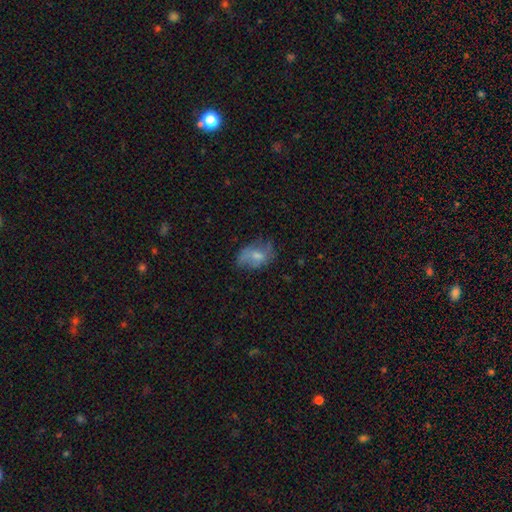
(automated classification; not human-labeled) Morphology: type=smooth (58%); roundness=in between (81%); merging=none (50%).